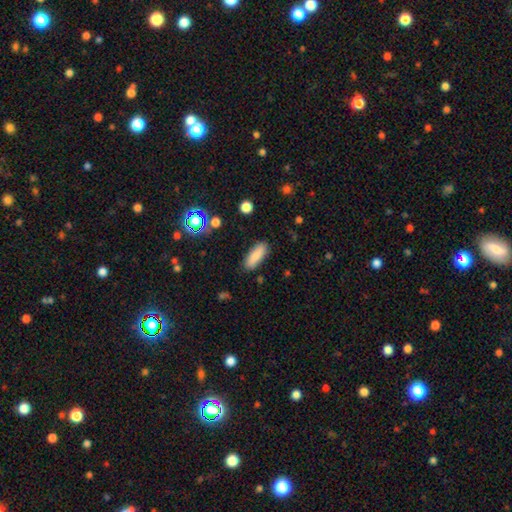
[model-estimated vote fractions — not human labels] Overall: smooth (84%). How rounded: in between (66%; cigar-shaped 32%). Merging: none (86%).